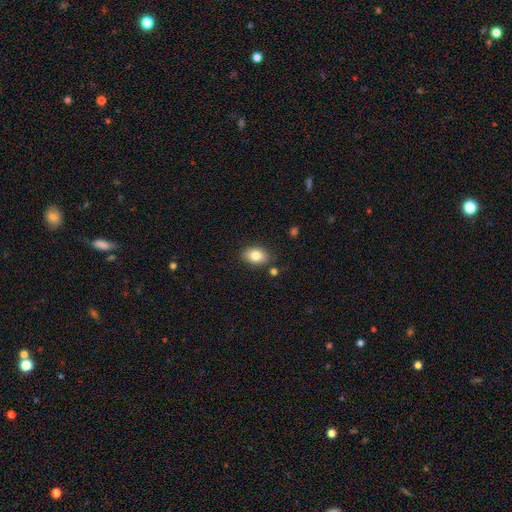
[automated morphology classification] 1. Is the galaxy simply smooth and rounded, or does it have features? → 82% smooth, 10% featured or disk, 8% star or artifact.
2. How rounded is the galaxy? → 84% in between, 15% round, 1% cigar-shaped.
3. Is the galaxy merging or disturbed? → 84% none, 11% minor disturbance, 3% merger, 2% major disturbance.